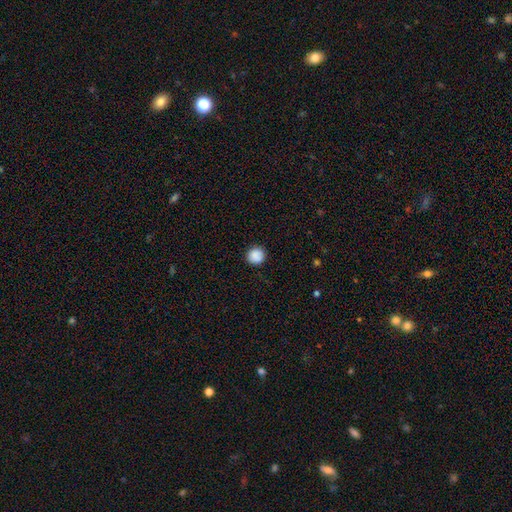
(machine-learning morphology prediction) smooth_or_featured: smooth (p=0.88) [alt: star or artifact p=0.09]
how_rounded: round (p=0.94) [alt: in between p=0.05]
merging: none (p=0.90) [alt: minor disturbance p=0.07]